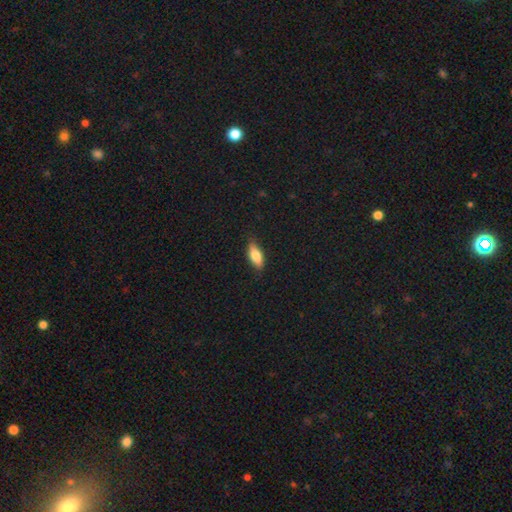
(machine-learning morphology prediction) Overall: smooth (78%). How rounded: in between (79%). Merging: none (82%).